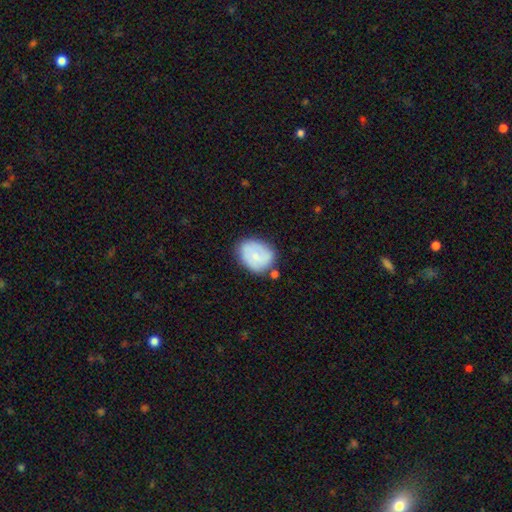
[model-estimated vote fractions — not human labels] smooth-or-featured: smooth: 65% | featured or disk: 28% | star or artifact: 7%
  how-rounded: in between: 54% | round: 45% | cigar-shaped: 1%
  merging: none: 65% | minor disturbance: 23% | merger: 6% | major disturbance: 6%